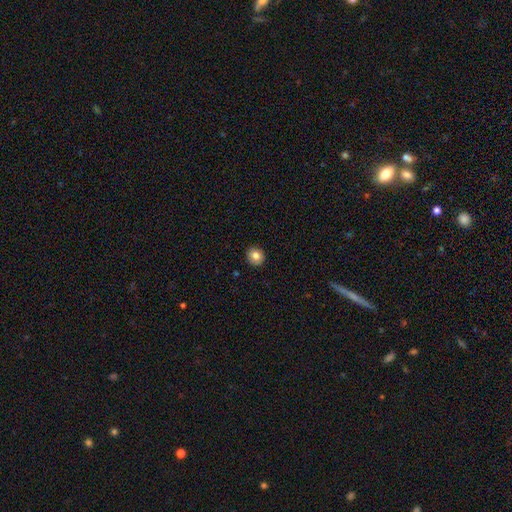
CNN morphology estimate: This is clearly a smooth galaxy (82%). How rounded: clearly round (89%). Merging: clearly none (92%).